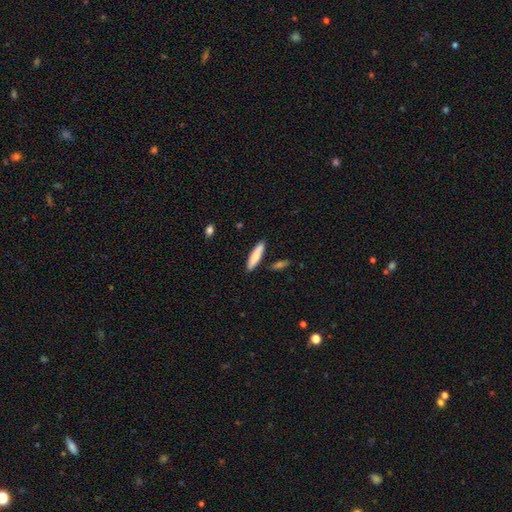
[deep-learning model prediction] smooth-or-featured: smooth: 77% | featured or disk: 18% | star or artifact: 5%
  how-rounded: cigar-shaped: 78% | in between: 20% | round: 2%
  merging: none: 85% | minor disturbance: 9% | merger: 4% | major disturbance: 2%